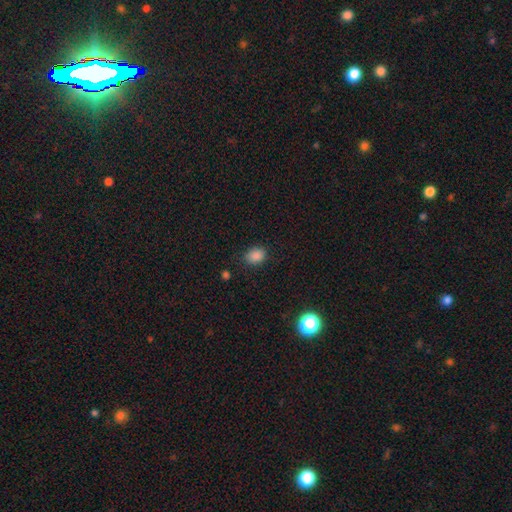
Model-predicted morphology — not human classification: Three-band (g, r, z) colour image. It shows a smooth galaxy with no disk features (85%) that is in between round and cigar-shaped (63%). Merging: none (80%).